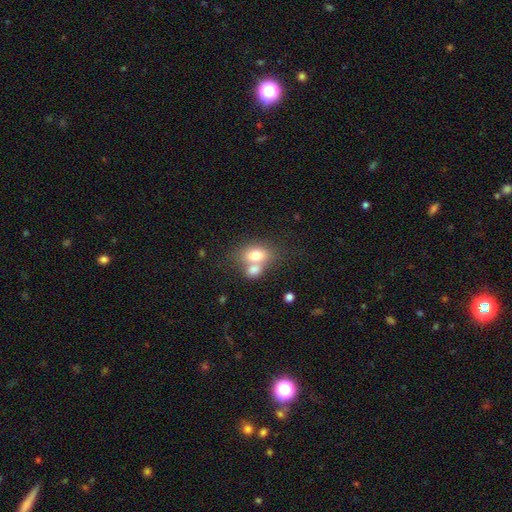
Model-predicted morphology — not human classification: Smooth or featured? smooth (73%)
How rounded? in between (76%)
Merging? merger (55%)